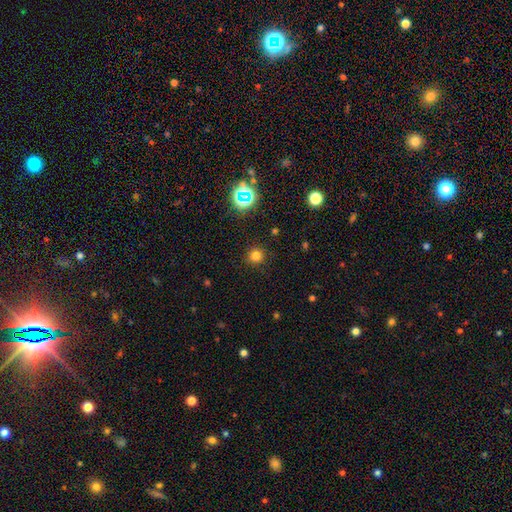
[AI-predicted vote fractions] Smooth or featured? smooth (75%)
How rounded? round (94%)
Merging? none (90%)